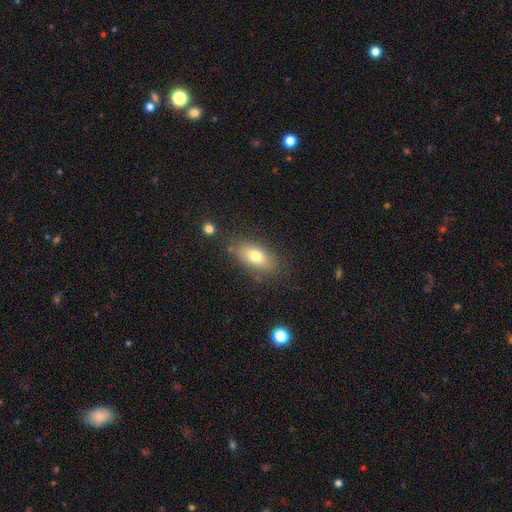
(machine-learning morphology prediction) This is likely a smooth galaxy (75%). How rounded: clearly in between (86%). Merging: likely none (78%).